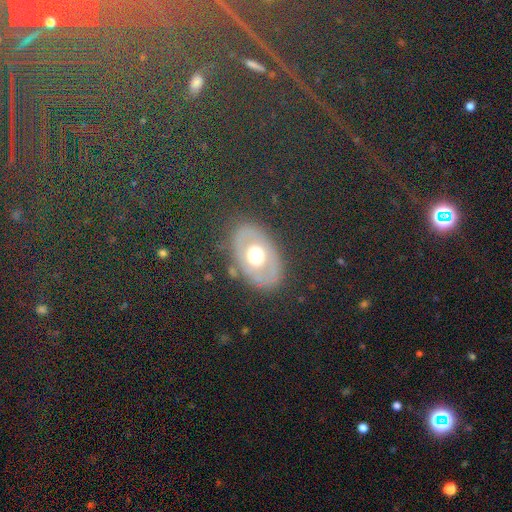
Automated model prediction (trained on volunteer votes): smooth_or_featured: featured or disk (p=0.51) [alt: smooth p=0.40]
disk_edge_on: no (p=0.91) [alt: yes p=0.09]
merging: none (p=0.79) [alt: minor disturbance p=0.13]